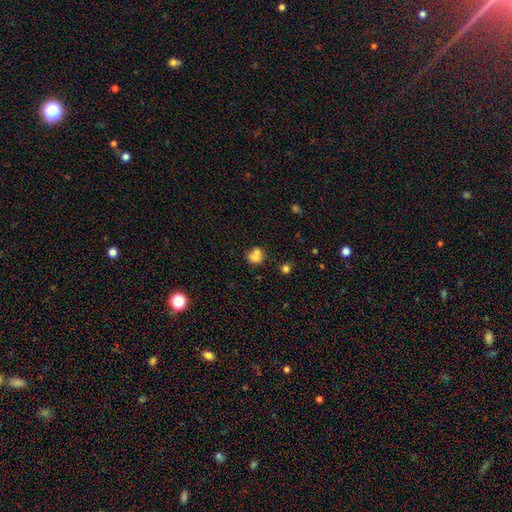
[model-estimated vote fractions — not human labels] Smooth or featured?
  - smooth: 75% *
  - featured or disk: 12%
  - star or artifact: 12%
How rounded?
  - round: 70% *
  - in between: 29%
  - cigar-shaped: 1%
Merging?
  - merger: 43% *
  - none: 39%
  - minor disturbance: 13%
  - major disturbance: 5%